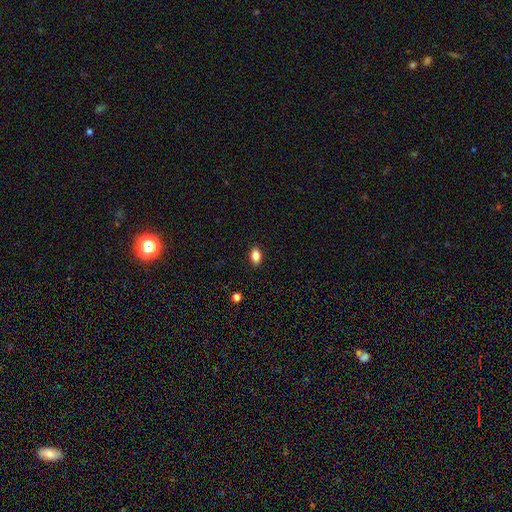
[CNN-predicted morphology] type=smooth (86%); roundness=in between (87%); merging=none (89%).